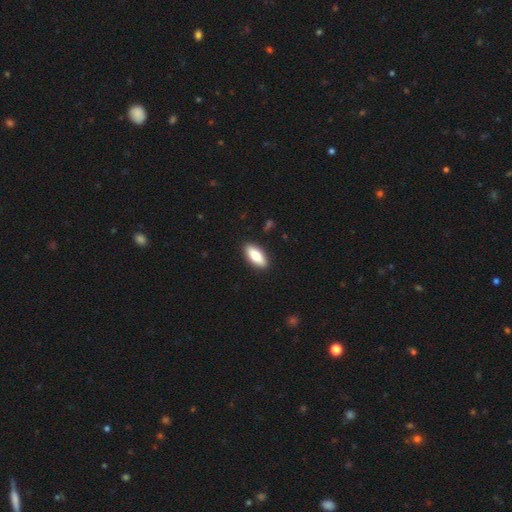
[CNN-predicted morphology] smooth-or-featured: smooth: 78% | featured or disk: 17% | star or artifact: 6%
  how-rounded: in between: 80% | cigar-shaped: 18% | round: 2%
  merging: none: 90% | minor disturbance: 7% | major disturbance: 2% | merger: 1%